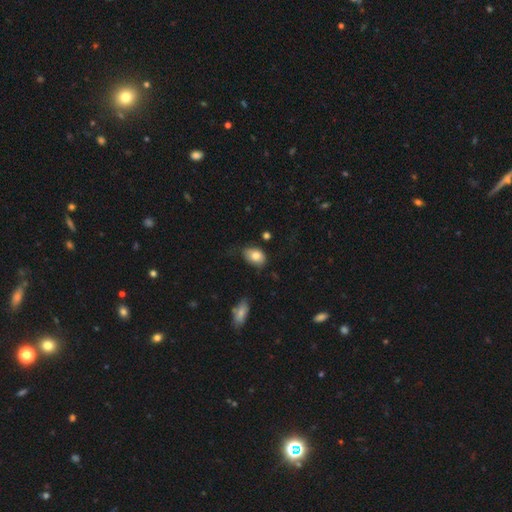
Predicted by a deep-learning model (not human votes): A smooth galaxy with no disk features (80%) that is in between round and cigar-shaped (83%).

Vote fractions:
- Smooth or featured? smooth: 80% / featured or disk: 12% / star or artifact: 8%
- How rounded? in between: 83% / round: 16% / cigar-shaped: 1%
- Merging? none: 57% / minor disturbance: 33% / major disturbance: 8% / merger: 3%